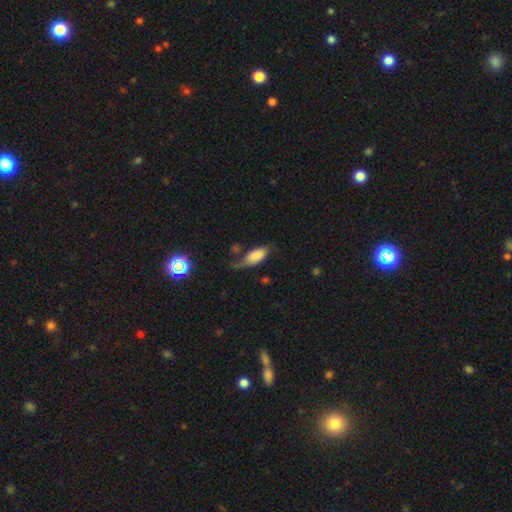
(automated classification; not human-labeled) Smooth or featured? Predicted: smooth (p=0.75). How rounded? Predicted: in between (p=0.88). Merging? Predicted: none (p=0.34).